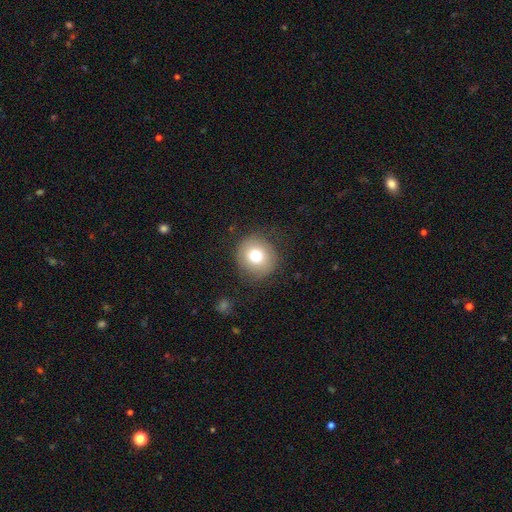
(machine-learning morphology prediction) Overall: smooth (74%). How rounded: round (88%). Merging: none (82%).